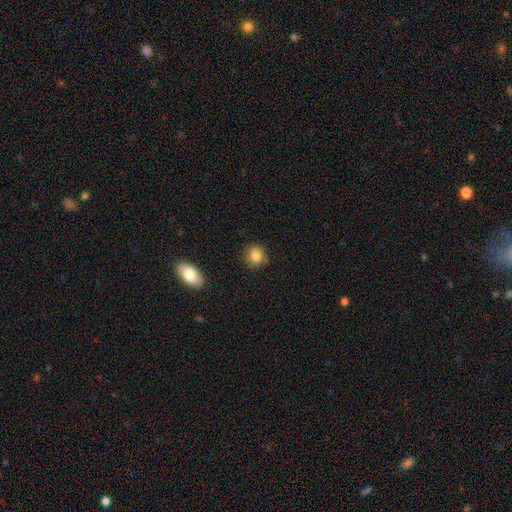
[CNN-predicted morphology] smooth 85%, star or artifact 9%, featured or disk 6%. Down the decision tree: how rounded — round (77%); merging — none (82%).